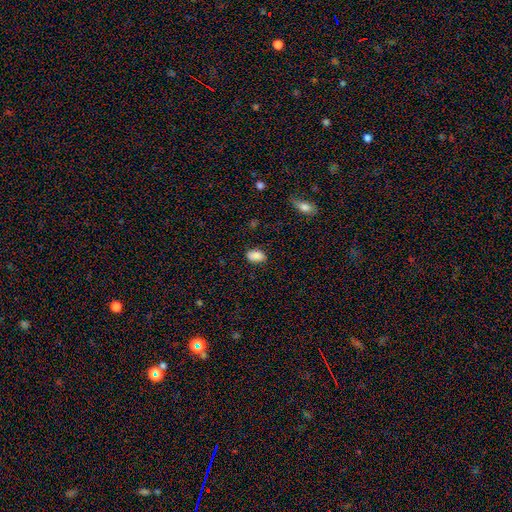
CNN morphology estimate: Overall: smooth (85%). How rounded: in between (88%). Merging: none (82%).